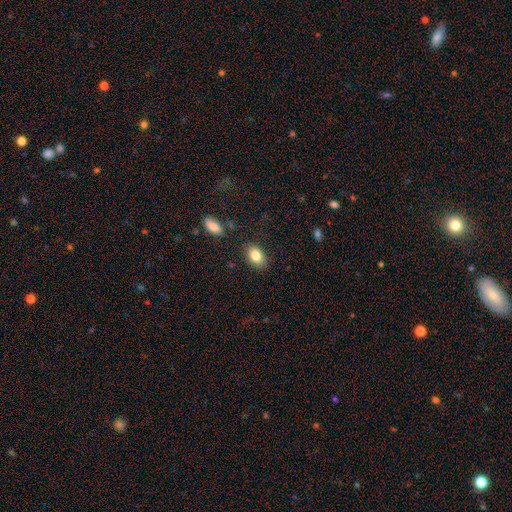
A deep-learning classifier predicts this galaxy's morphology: The model was most divided on "merging": none: 84%, minor disturbance: 11%, major disturbance: 3%, merger: 2%. More confident: how rounded — in between (86%); smooth or featured — smooth (84%).